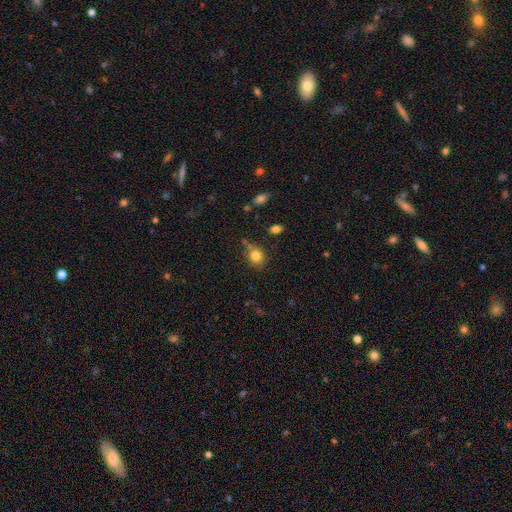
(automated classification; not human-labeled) Smooth or featured? Predicted: smooth (p=0.81). How rounded? Predicted: round (p=0.63). Merging? Predicted: none (p=0.70).